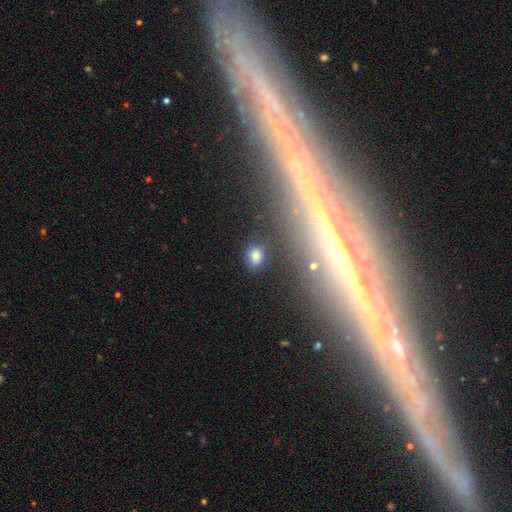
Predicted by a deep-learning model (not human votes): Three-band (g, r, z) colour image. It shows a smooth galaxy with no disk features (74%) that is in between round and cigar-shaped (59%). Merging: none (81%).